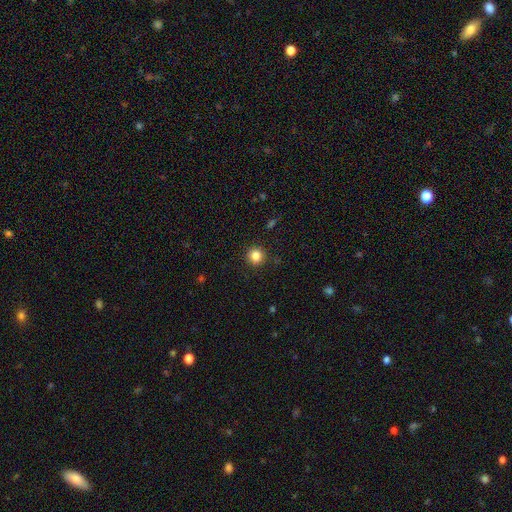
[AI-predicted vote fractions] This is clearly a smooth galaxy (85%). How rounded: clearly round (94%). Merging: clearly none (91%).